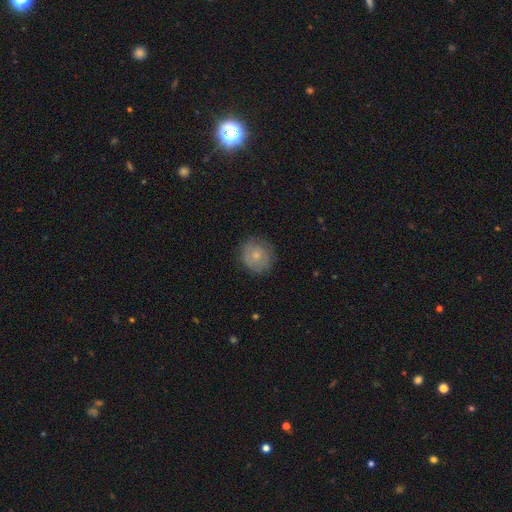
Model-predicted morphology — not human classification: smooth 67%, featured or disk 26%, star or artifact 7%. Down the decision tree: how rounded — round (88%); merging — none (80%).